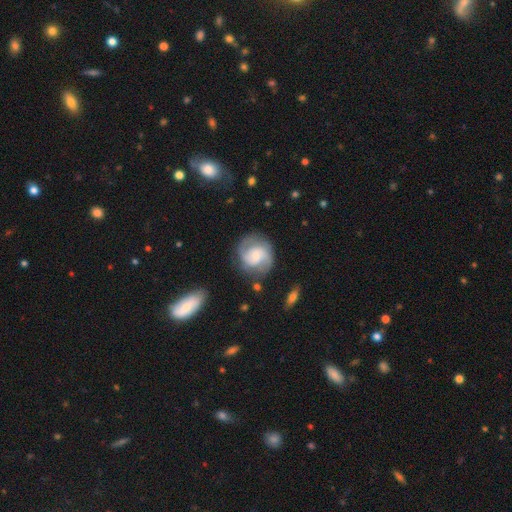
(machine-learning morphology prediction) This is likely a featured or disk galaxy (74%). It is clearly not viewed edge-on (98%). Bar: possibly no (50%). Spiral arm pattern: clearly yes (93%). Spiral arm count: likely 2 (78%). Spiral winding: possibly medium (49%). Central bulge: possibly small (57%). Merging: likely none (74%).